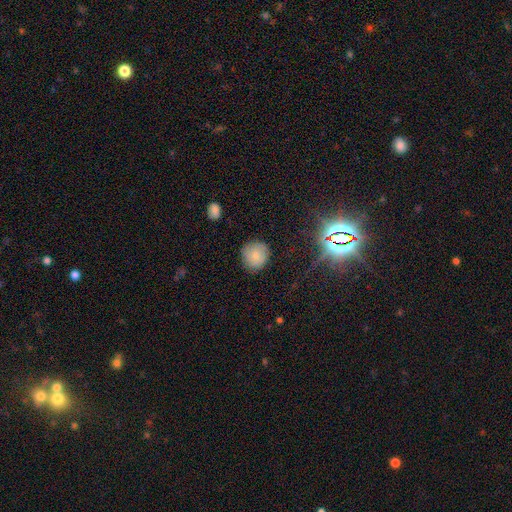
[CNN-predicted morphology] Q: Smooth or featured?
A: smooth (76%); runner-up: featured or disk (12%)
Q: How rounded?
A: round (90%); runner-up: in between (9%)
Q: Merging?
A: none (82%); runner-up: minor disturbance (14%)